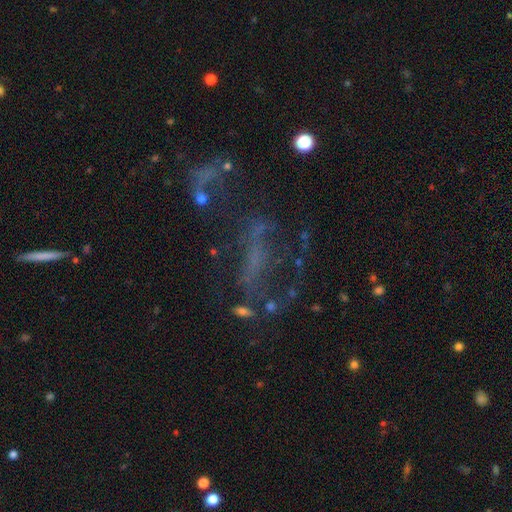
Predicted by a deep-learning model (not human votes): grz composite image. It shows a featured or disk galaxy (53%). Merging: none (42%).